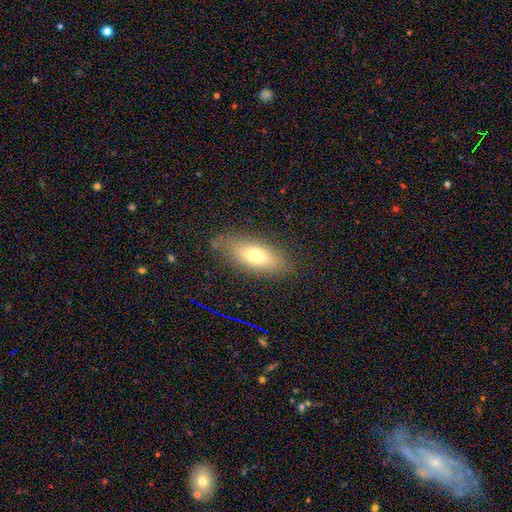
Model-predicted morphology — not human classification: Smooth or featured? smooth (69%)
How rounded? in between (77%)
Merging? none (81%)